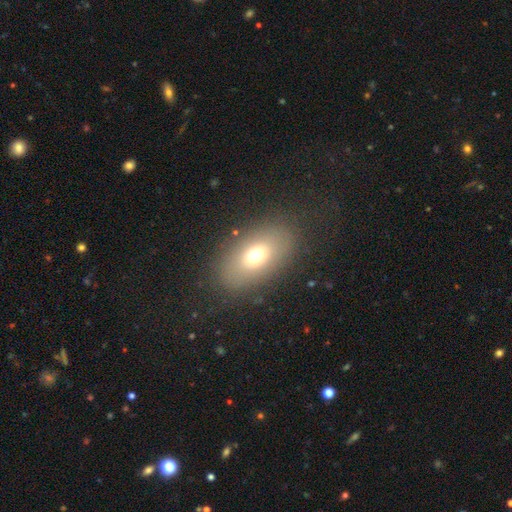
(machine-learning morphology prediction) smooth 66%, featured or disk 20%, star or artifact 14%. Down the decision tree: how rounded — in between (82%); merging — none (82%).